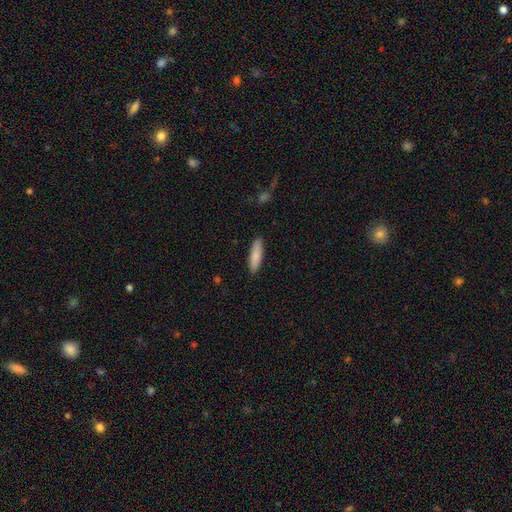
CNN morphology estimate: Smooth or featured? smooth (85%)
How rounded? cigar-shaped (66%)
Merging? none (89%)